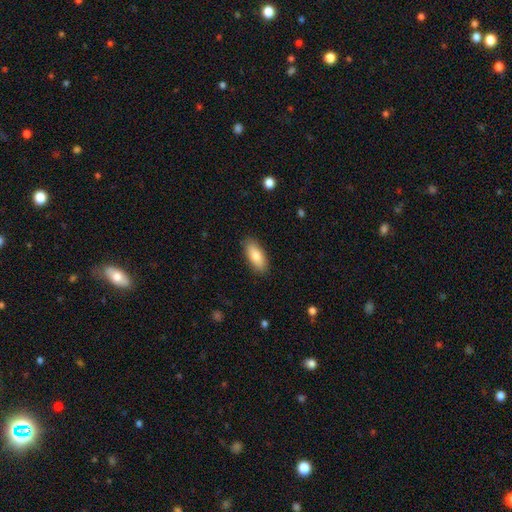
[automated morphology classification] Q: Smooth or featured?
A: smooth (81%); runner-up: featured or disk (13%)
Q: How rounded?
A: in between (82%); runner-up: cigar-shaped (16%)
Q: Merging?
A: none (88%); runner-up: minor disturbance (9%)